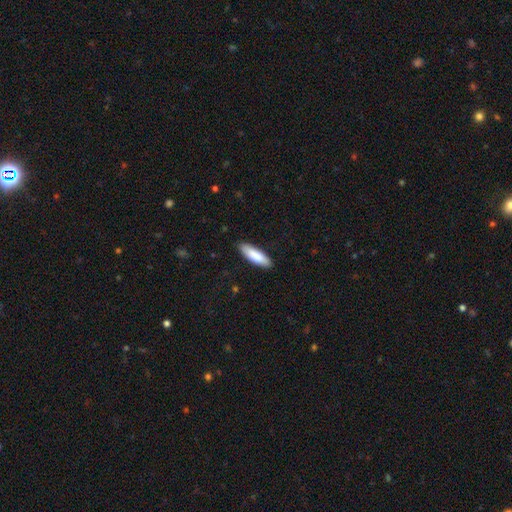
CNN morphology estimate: Smooth or featured? Predicted: smooth (p=0.83). How rounded? Predicted: cigar-shaped (p=0.53). Merging? Predicted: none (p=0.87).